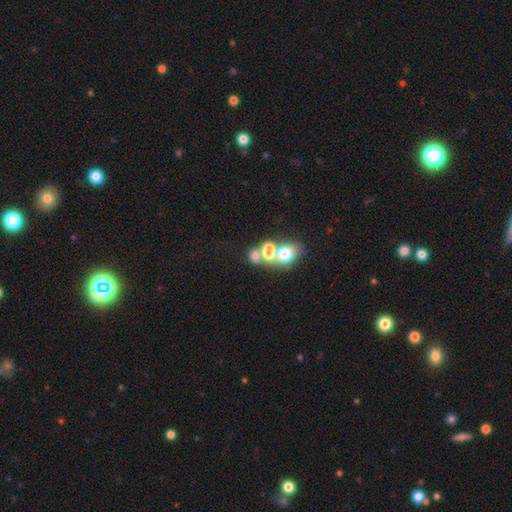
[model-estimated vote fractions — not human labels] smooth 65%, featured or disk 18%, star or artifact 17%. Down the decision tree: how rounded — round (53%); merging — merger (55%).